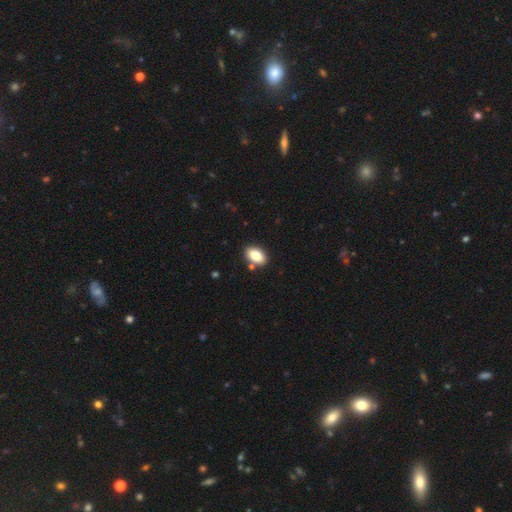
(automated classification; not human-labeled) The model was most divided on "smooth or featured": smooth: 82%, featured or disk: 11%, star or artifact: 8%. More confident: how rounded — in between (91%); merging — none (84%).